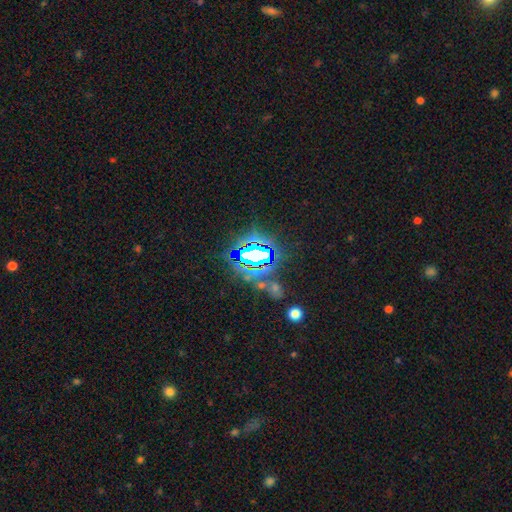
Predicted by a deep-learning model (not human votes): The model was most divided on "smooth or featured": star or artifact: 72%, smooth: 15%, featured or disk: 12%.